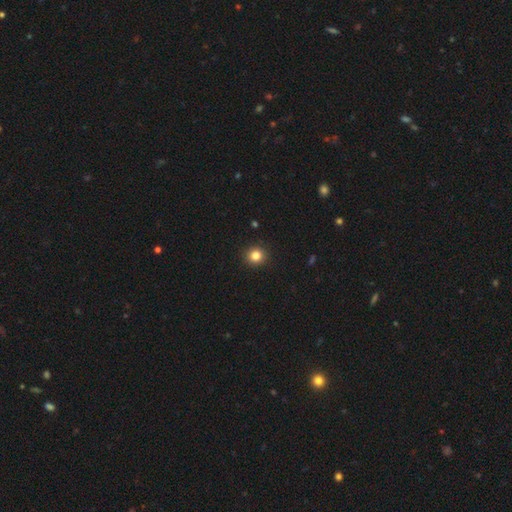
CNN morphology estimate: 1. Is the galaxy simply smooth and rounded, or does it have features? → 84% smooth, 12% star or artifact, 5% featured or disk.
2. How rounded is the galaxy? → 92% round, 7% in between, 1% cigar-shaped.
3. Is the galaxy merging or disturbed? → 92% none, 5% minor disturbance, 2% major disturbance, 1% merger.